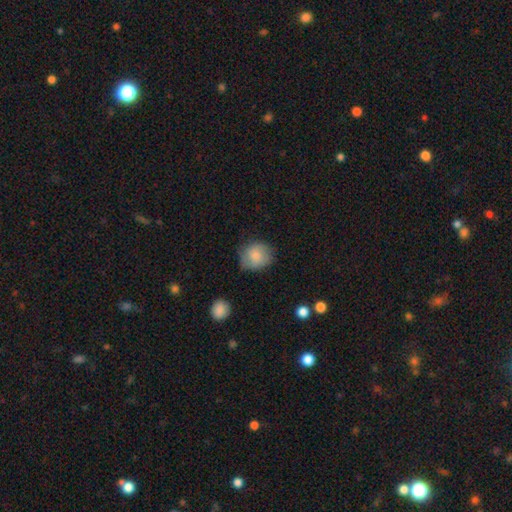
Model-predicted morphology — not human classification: type=smooth (79%); roundness=round (77%); merging=none (70%).